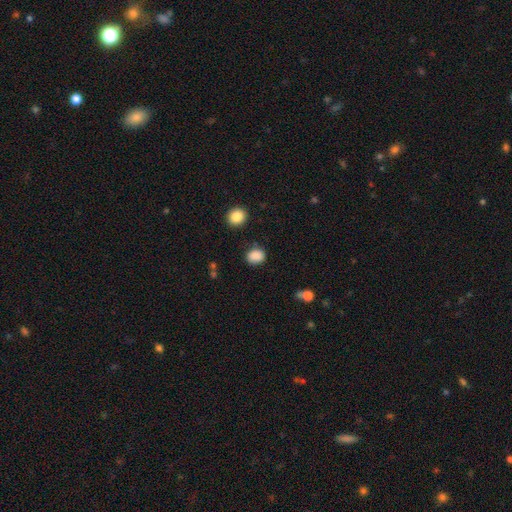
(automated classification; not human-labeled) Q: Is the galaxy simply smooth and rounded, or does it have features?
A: smooth — 87%.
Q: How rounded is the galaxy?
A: round — 56%.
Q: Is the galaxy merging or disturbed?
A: none — 78%.